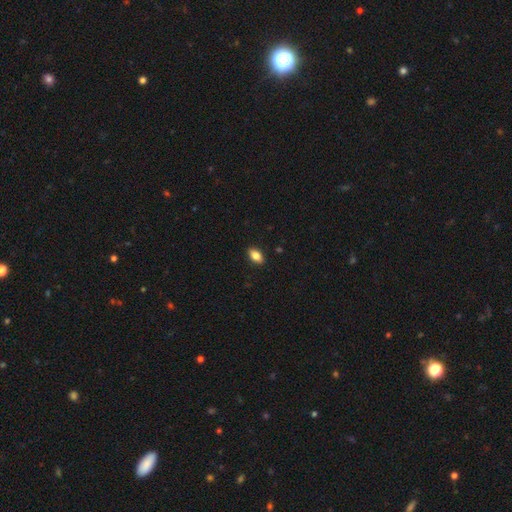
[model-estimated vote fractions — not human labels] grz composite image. It shows a smooth galaxy with no disk features (83%) that is in between round and cigar-shaped (90%). Merging: none (90%).